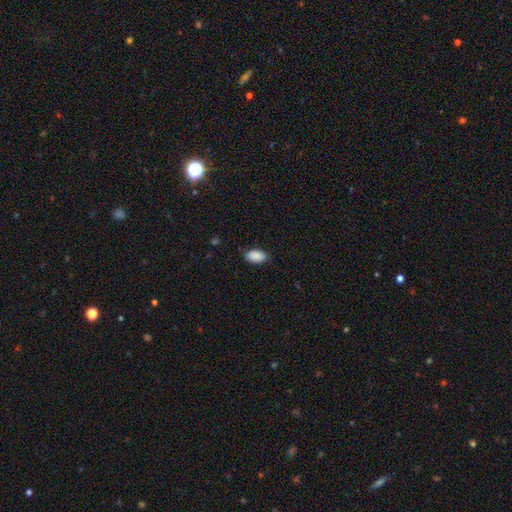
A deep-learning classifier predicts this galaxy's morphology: A smooth galaxy with no disk features (90%) that is in between round and cigar-shaped (94%).

Vote fractions:
- Smooth or featured? smooth: 90% / star or artifact: 7% / featured or disk: 3%
- How rounded? in between: 94% / round: 4% / cigar-shaped: 2%
- Merging? none: 86% / minor disturbance: 11% / major disturbance: 2% / merger: 1%